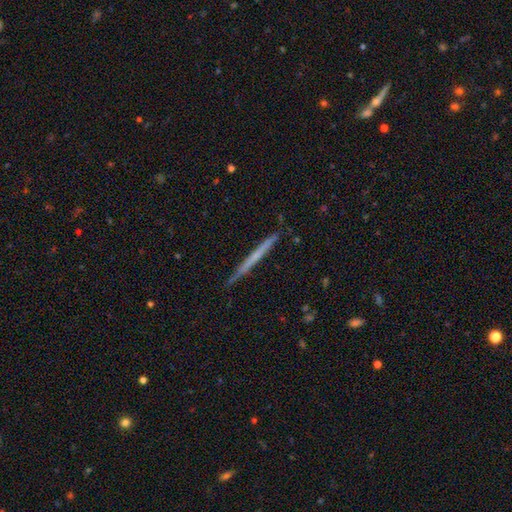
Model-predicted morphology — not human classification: This appears to be a featured or disk galaxy (49%). Merging: none (89%).